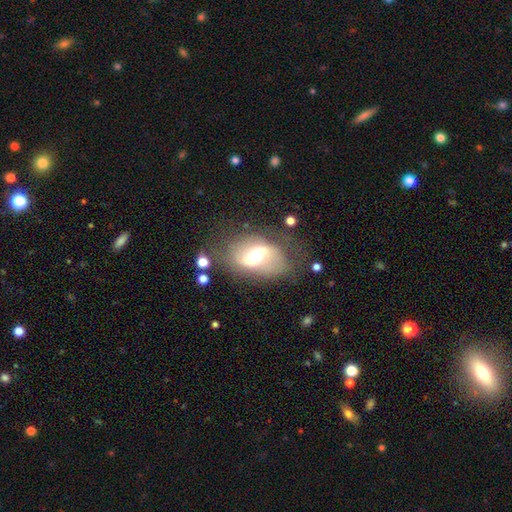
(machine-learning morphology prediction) A featured or disk galaxy (67%) with a strong bar (41%), spiral arms (64%) and a moderate central bulge (62%). Merging: none (59%).